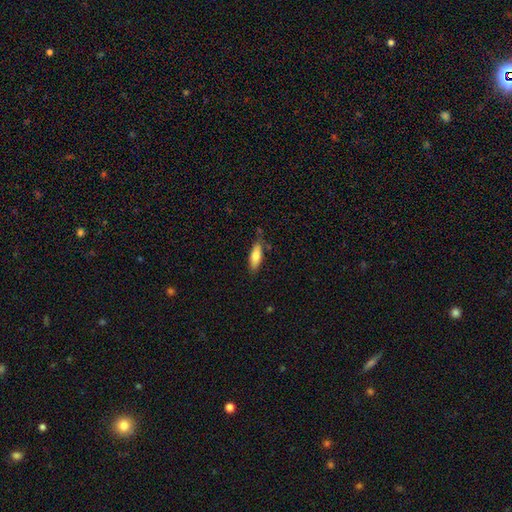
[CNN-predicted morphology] This appears to be a smooth galaxy with no disk features (78%) that is in between round and cigar-shaped (60%). Merging: none (74%).